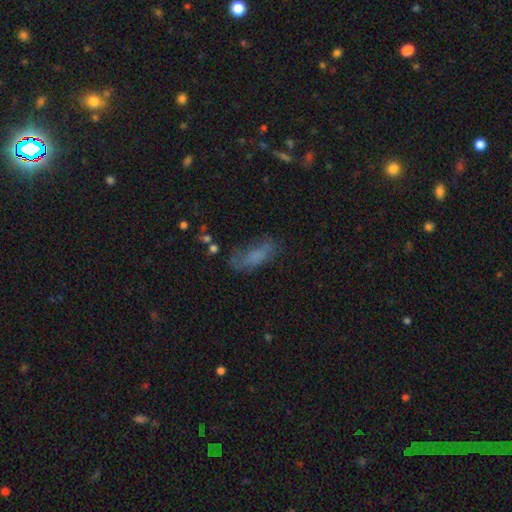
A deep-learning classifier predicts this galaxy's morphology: Q: Smooth or featured?
A: smooth (61%); runner-up: featured or disk (24%)
Q: How rounded?
A: in between (72%); runner-up: cigar-shaped (24%)
Q: Merging?
A: none (50%); runner-up: minor disturbance (26%)